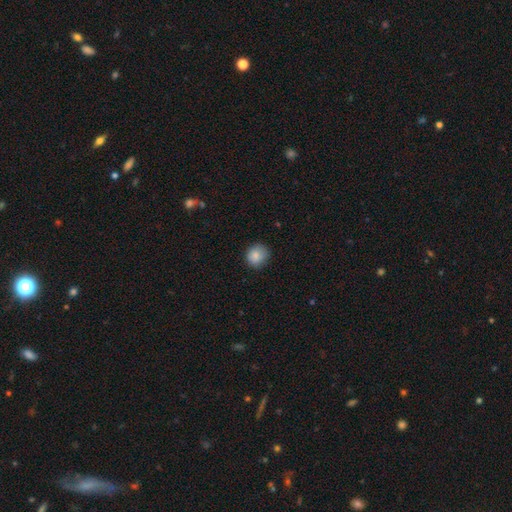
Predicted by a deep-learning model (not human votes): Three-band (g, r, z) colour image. It shows a smooth galaxy with no disk features (86%) that is round (81%). Merging: none (79%).